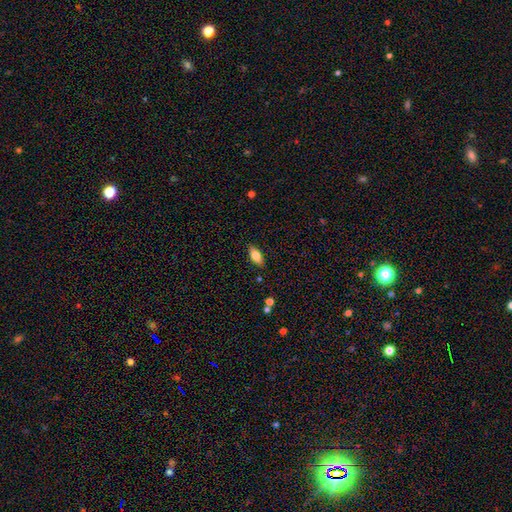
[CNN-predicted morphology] type=smooth (75%); roundness=in between (83%); merging=none (86%).